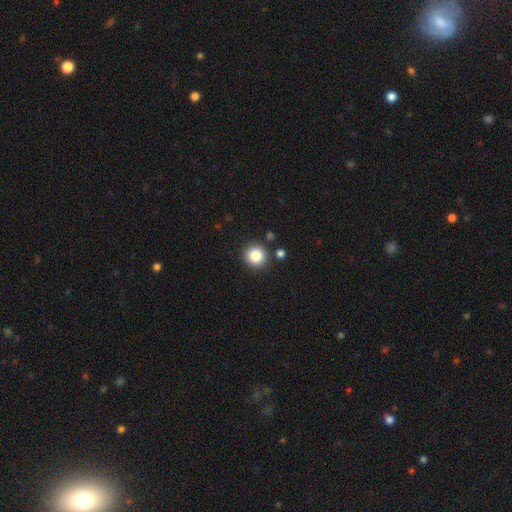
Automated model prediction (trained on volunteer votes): smooth_or_featured: smooth (p=0.86) [alt: star or artifact p=0.10]
how_rounded: round (p=0.94) [alt: in between p=0.06]
merging: none (p=0.86) [alt: minor disturbance p=0.07]